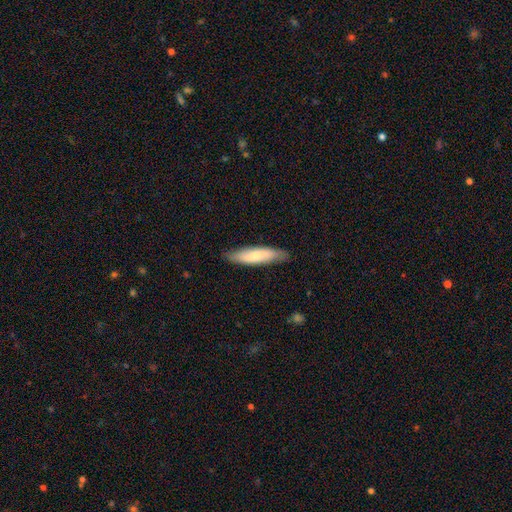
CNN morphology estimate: type=smooth (66%); roundness=cigar-shaped (70%); merging=none (84%).